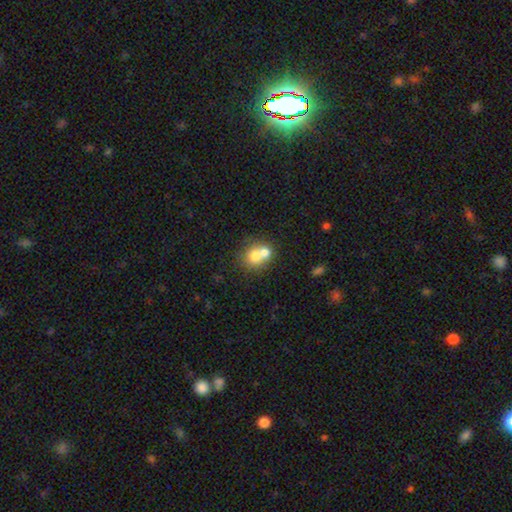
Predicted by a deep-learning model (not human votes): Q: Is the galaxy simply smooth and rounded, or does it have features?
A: smooth — 70%.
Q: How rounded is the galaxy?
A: round — 71%.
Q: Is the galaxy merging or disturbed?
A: merger — 61%.